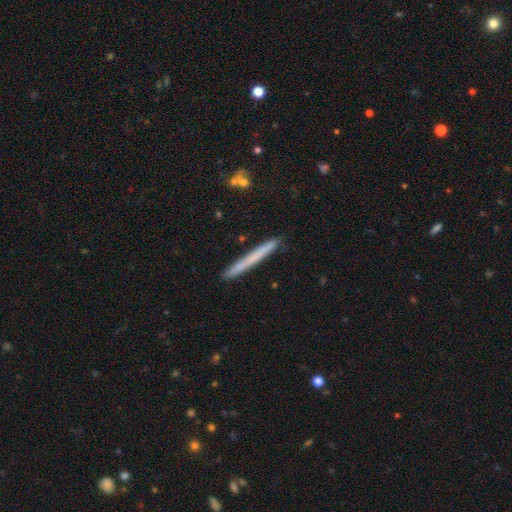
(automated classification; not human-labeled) Q: Smooth or featured?
A: smooth (61%); runner-up: featured or disk (33%)
Q: How rounded?
A: cigar-shaped (97%); runner-up: in between (1%)
Q: Merging?
A: none (91%); runner-up: minor disturbance (7%)